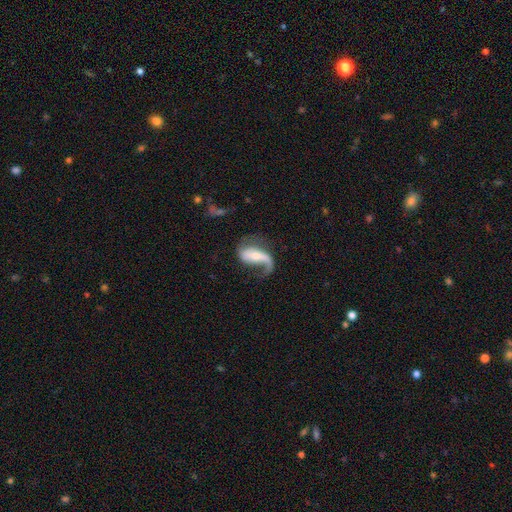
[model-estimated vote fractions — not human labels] Q: Smooth or featured?
A: featured or disk (73%); runner-up: smooth (20%)
Q: Edge-on disk?
A: no (95%); runner-up: yes (5%)
Q: Bar?
A: no (40%); runner-up: weak (33%)
Q: Spiral arms?
A: yes (89%); runner-up: no (11%)
Q: Spiral winding?
A: loose (69%); runner-up: medium (23%)
Q: Spiral arm count?
A: 1 (53%); runner-up: 2 (41%)
Q: Bulge size?
A: small (45%); runner-up: moderate (43%)
Q: Merging?
A: major disturbance (39%); runner-up: none (38%)